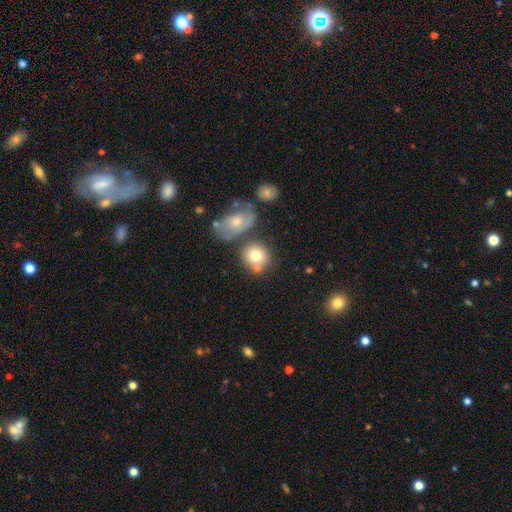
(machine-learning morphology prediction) smooth_or_featured: smooth (p=0.74) [alt: featured or disk p=0.17]
how_rounded: round (p=0.80) [alt: in between p=0.19]
merging: none (p=0.58) [alt: merger p=0.24]